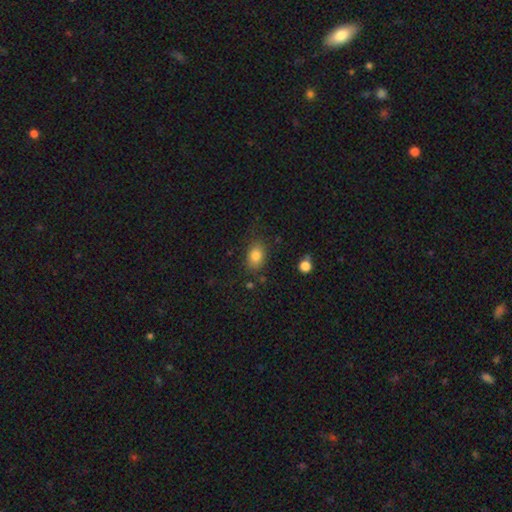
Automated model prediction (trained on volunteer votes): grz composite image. It shows a smooth galaxy with no disk features (82%) that is in between round and cigar-shaped (78%). Merging: none (77%).